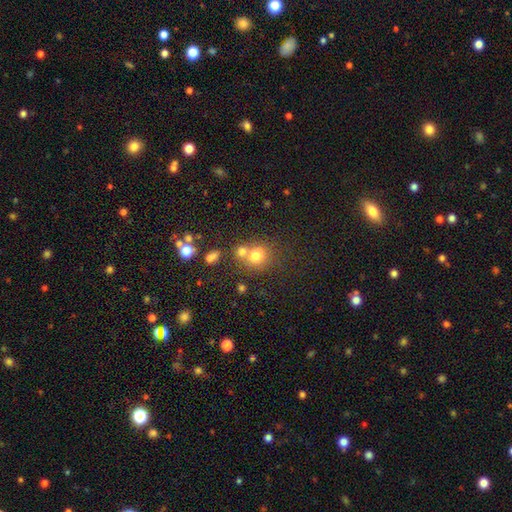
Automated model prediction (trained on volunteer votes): This appears to be a smooth galaxy with no disk features (71%) that is round (78%). Merging: none (45%).